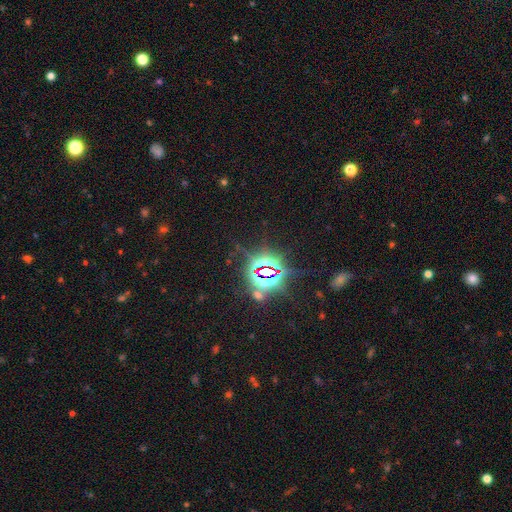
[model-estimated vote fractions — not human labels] This is clearly a star or artifact rather than a galaxy (83%).